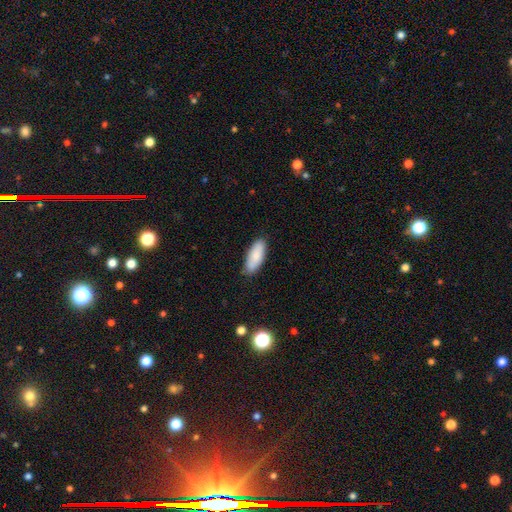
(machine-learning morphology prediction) type=smooth (85%); roundness=in between (79%); merging=none (82%).